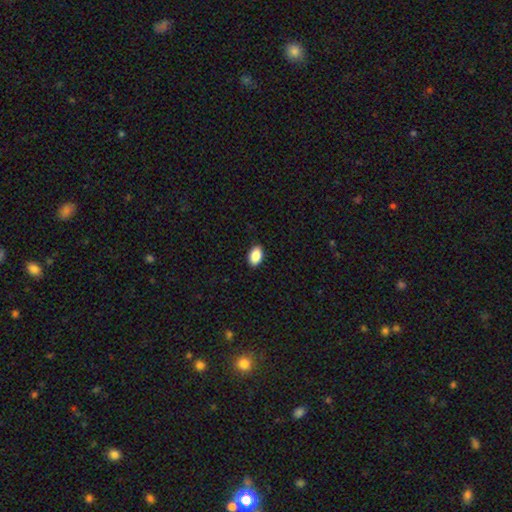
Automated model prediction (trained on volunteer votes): This appears to be a smooth galaxy with no disk features (89%) that is in between round and cigar-shaped (92%). Merging: none (90%).